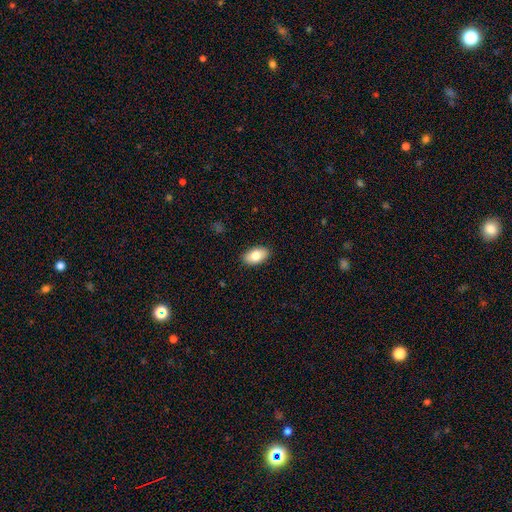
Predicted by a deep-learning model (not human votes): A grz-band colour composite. It shows a smooth galaxy with no disk features (79%) that is in between round and cigar-shaped (92%). Merging: none (89%).